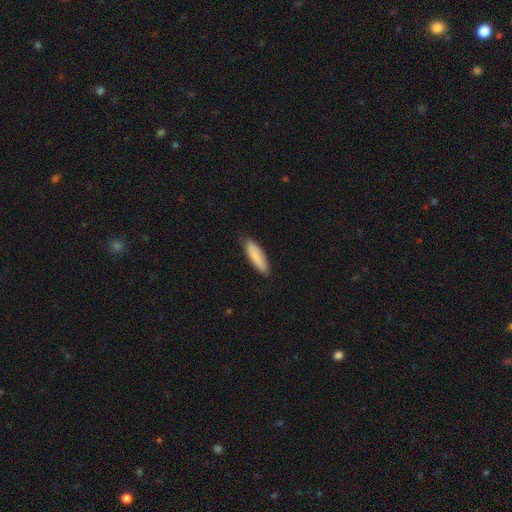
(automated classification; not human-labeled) The model was most divided on "how rounded": cigar-shaped: 54%, in between: 44%, round: 1%. More confident: smooth or featured — smooth (87%); merging — none (83%).